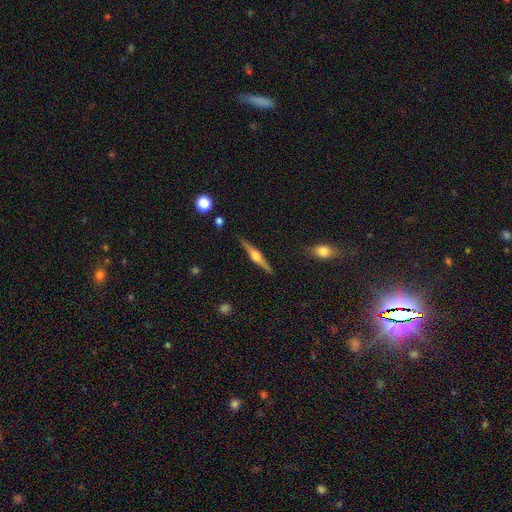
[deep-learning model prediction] Overall: featured or disk (77%). Edge-on disk: yes (98%). Edge-on bulge: rounded (90%). Merging: none (90%).